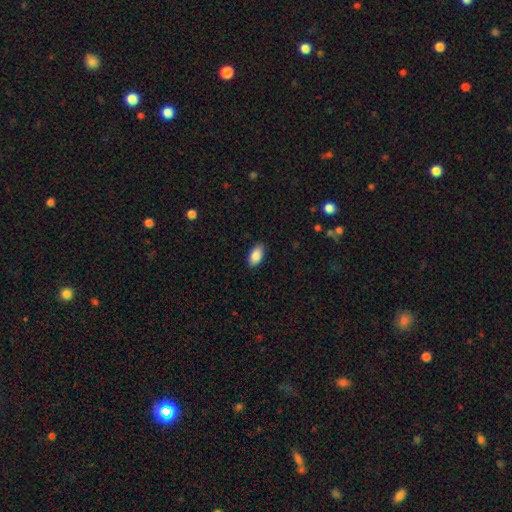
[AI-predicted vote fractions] A smooth galaxy with no disk features (88%) that is in between round and cigar-shaped (94%).

Vote fractions:
- Smooth or featured? smooth: 88% / star or artifact: 7% / featured or disk: 5%
- How rounded? in between: 94% / round: 3% / cigar-shaped: 3%
- Merging? none: 87% / minor disturbance: 10% / major disturbance: 2% / merger: 1%